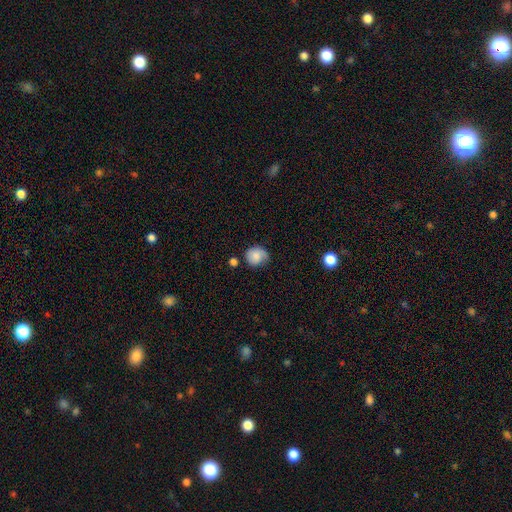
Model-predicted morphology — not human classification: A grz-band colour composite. It shows a smooth galaxy with no disk features (73%) that is round (73%). Merging: none (54%).